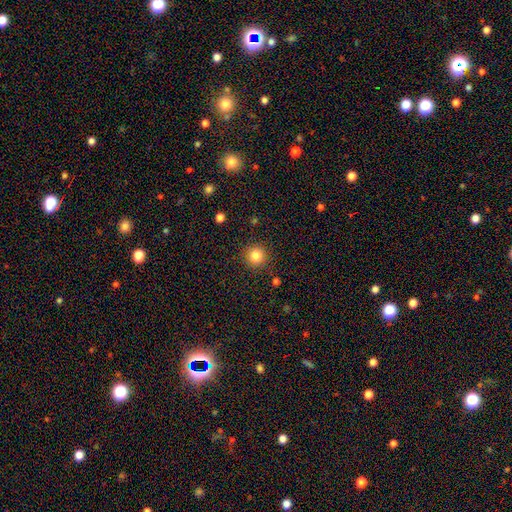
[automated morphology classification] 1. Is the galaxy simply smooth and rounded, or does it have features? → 83% smooth, 12% star or artifact, 5% featured or disk.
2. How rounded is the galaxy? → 95% round, 4% in between, 1% cigar-shaped.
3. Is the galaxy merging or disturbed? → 90% none, 7% minor disturbance, 2% major disturbance, 1% merger.